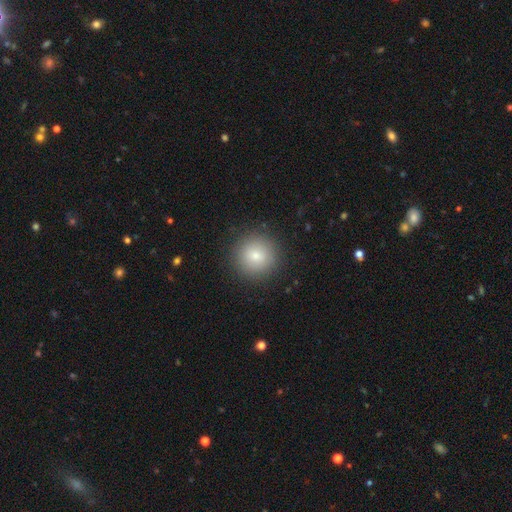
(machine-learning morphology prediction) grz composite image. It shows a smooth galaxy with no disk features (81%) that is round (95%). Merging: none (90%).